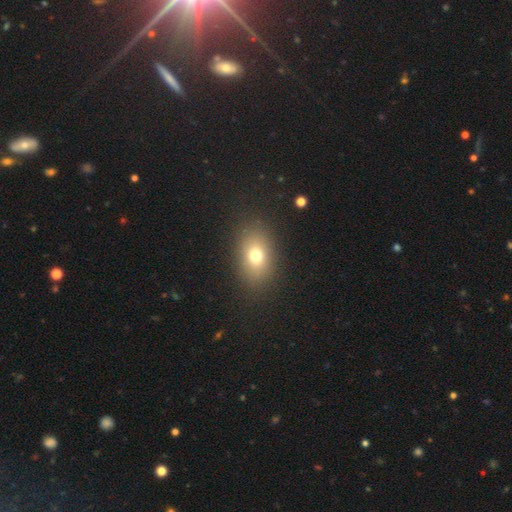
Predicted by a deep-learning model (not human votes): This is likely a smooth galaxy (73%). How rounded: likely in between (74%). Merging: clearly none (86%).